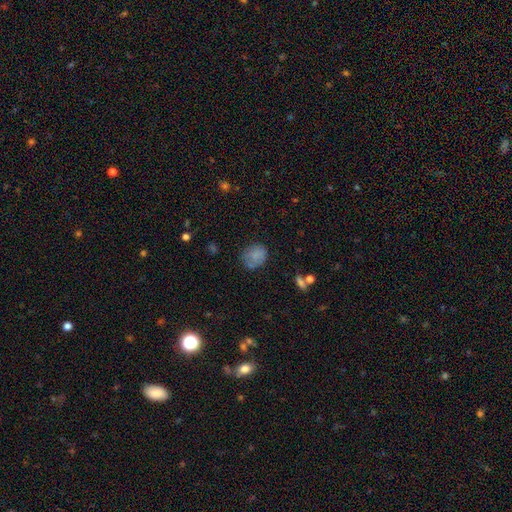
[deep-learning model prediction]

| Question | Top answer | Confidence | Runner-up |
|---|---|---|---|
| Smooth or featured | smooth | 76% | featured or disk (14%) |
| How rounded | round | 61% | in between (38%) |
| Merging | none | 64% | minor disturbance (23%) |